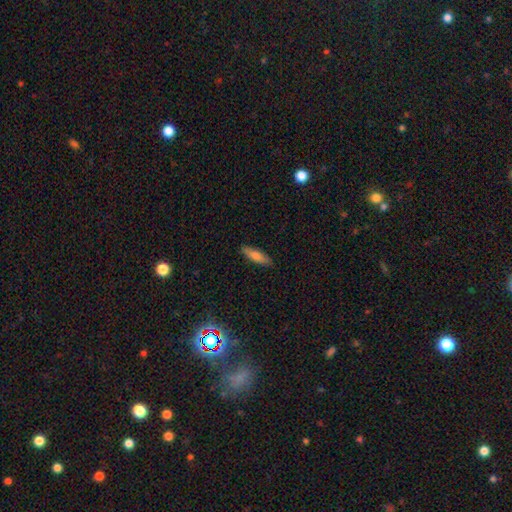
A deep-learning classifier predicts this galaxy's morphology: Smooth or featured?
  - smooth: 74% *
  - featured or disk: 19%
  - star or artifact: 7%
How rounded?
  - cigar-shaped: 60% *
  - in between: 38%
  - round: 2%
Merging?
  - none: 88% *
  - minor disturbance: 9%
  - major disturbance: 2%
  - merger: 1%